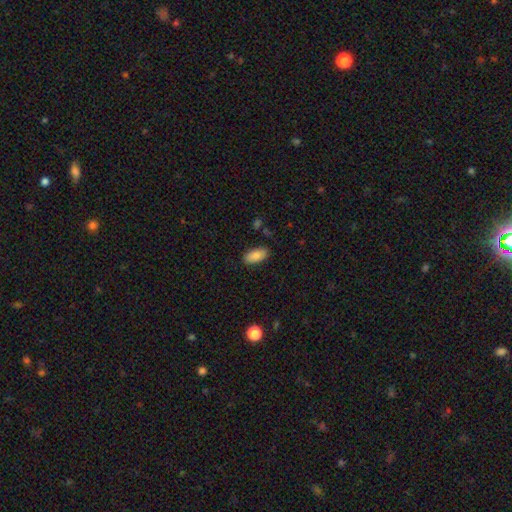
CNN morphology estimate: The model was most divided on "merging": none: 86%, minor disturbance: 10%, major disturbance: 2%, merger: 2%. More confident: how rounded — in between (92%); smooth or featured — smooth (86%).